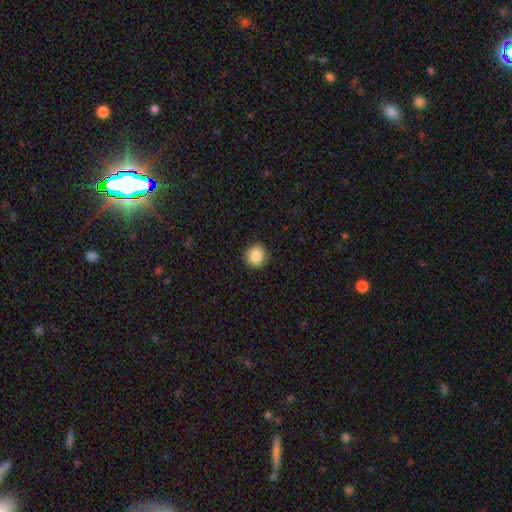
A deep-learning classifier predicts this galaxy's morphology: smooth_or_featured: smooth (p=0.86) [alt: star or artifact p=0.09]
how_rounded: round (p=0.92) [alt: in between p=0.07]
merging: none (p=0.91) [alt: minor disturbance p=0.06]